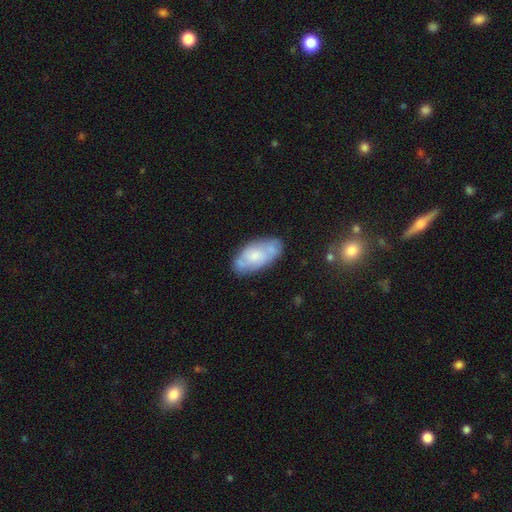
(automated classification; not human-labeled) Morphology: type=smooth (50%); roundness=in between (91%); merging=none (64%).